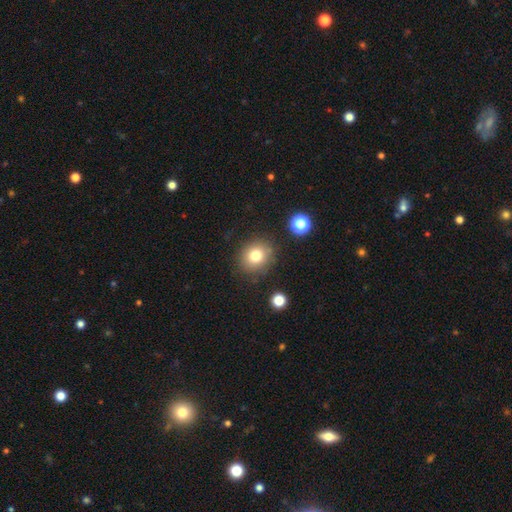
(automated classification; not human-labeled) A smooth galaxy with no disk features (79%) that is round (78%).

Vote fractions:
- Smooth or featured? smooth: 79% / star or artifact: 12% / featured or disk: 9%
- How rounded? round: 78% / in between: 21% / cigar-shaped: 1%
- Merging? none: 84% / minor disturbance: 10% / major disturbance: 3% / merger: 3%